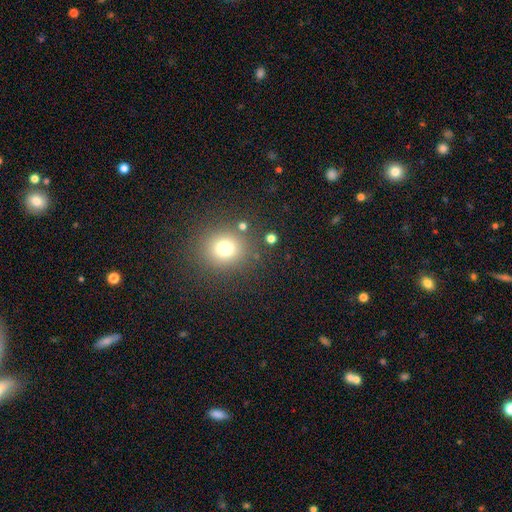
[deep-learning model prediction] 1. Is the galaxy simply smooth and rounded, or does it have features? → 58% smooth, 33% star or artifact, 9% featured or disk.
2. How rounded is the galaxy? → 90% round, 9% in between, 1% cigar-shaped.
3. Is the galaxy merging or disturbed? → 88% none, 6% minor disturbance, 3% merger, 3% major disturbance.